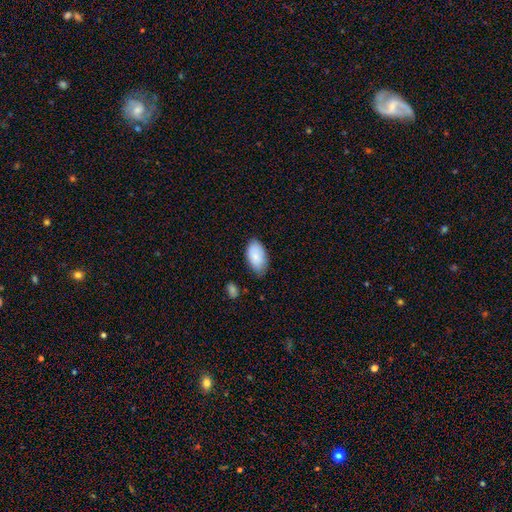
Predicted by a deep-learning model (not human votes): A smooth galaxy with no disk features (84%) that is in between round and cigar-shaped (95%). Merging: none (68%).